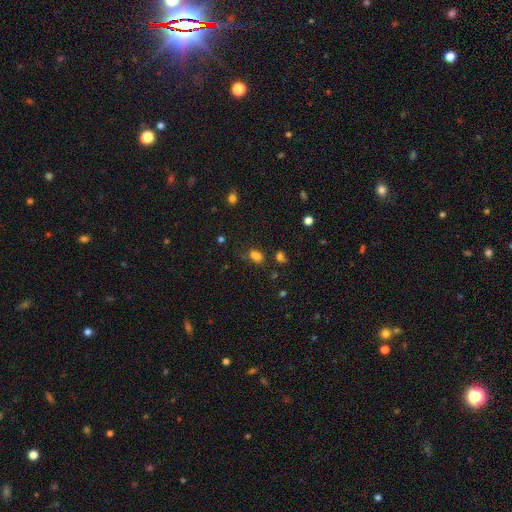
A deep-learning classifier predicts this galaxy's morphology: Smooth or featured? smooth (73%)
How rounded? in between (74%)
Merging? none (56%)